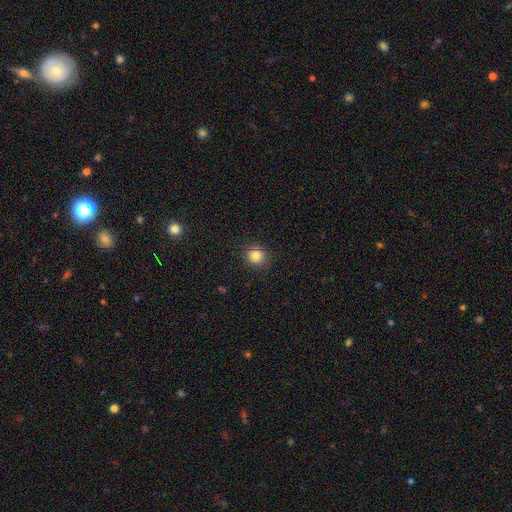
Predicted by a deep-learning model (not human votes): Smooth or featured: smooth — 83% (star or artifact — 12%)
How rounded: round — 89% (in between — 10%)
Merging: none — 90% (minor disturbance — 7%)